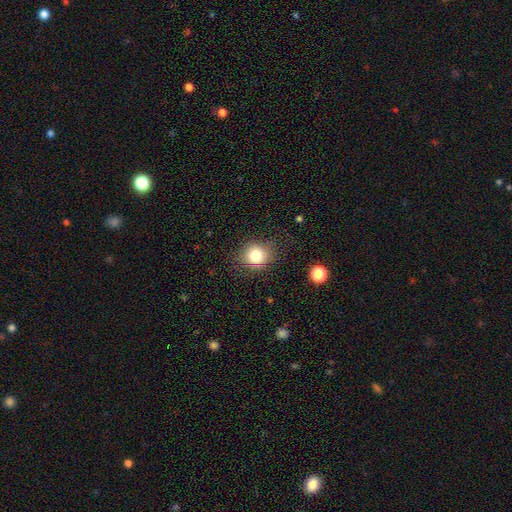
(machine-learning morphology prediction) A smooth galaxy with no disk features (79%) that is round (76%).

Vote fractions:
- Smooth or featured? smooth: 79% / star or artifact: 12% / featured or disk: 9%
- How rounded? round: 76% / in between: 23% / cigar-shaped: 1%
- Merging? none: 78% / minor disturbance: 15% / major disturbance: 5% / merger: 2%